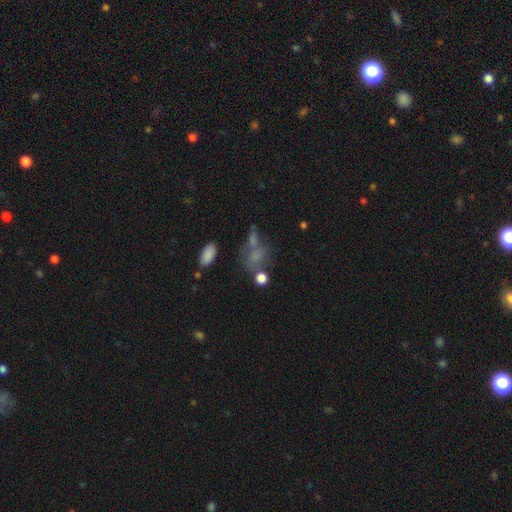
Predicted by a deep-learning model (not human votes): smooth_or_featured: smooth (p=0.58) [alt: featured or disk p=0.21]
how_rounded: in between (p=0.55) [alt: round p=0.41]
merging: none (p=0.42) [alt: merger p=0.22]